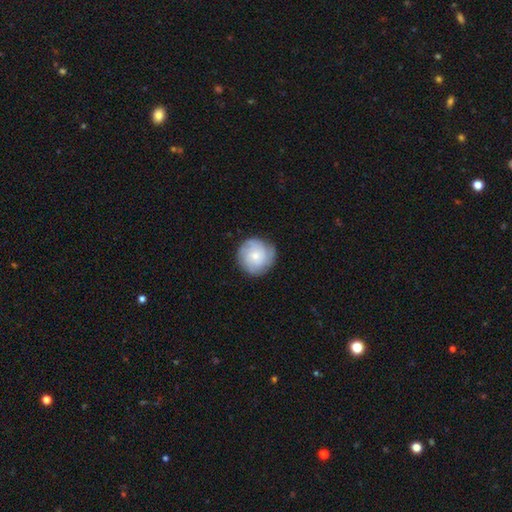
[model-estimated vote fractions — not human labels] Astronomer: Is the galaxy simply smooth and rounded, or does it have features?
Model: smooth — 48% (runner-up: featured or disk, 44%).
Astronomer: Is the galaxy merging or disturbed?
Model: none — 79%.